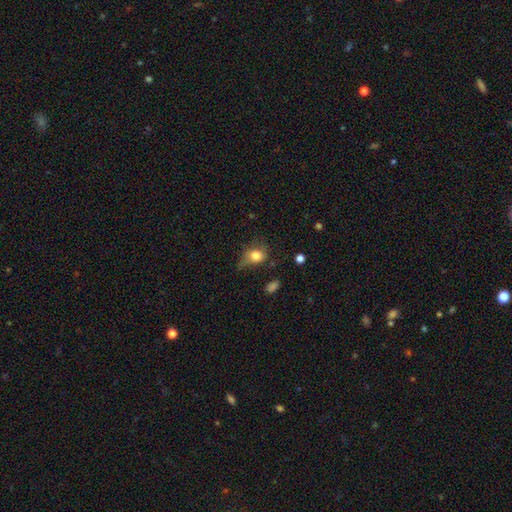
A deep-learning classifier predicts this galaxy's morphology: The model was most divided on "merging": none: 37%, minor disturbance: 35%, major disturbance: 25%, merger: 4%. More confident: smooth or featured — smooth (76%); how rounded — in between (55%).